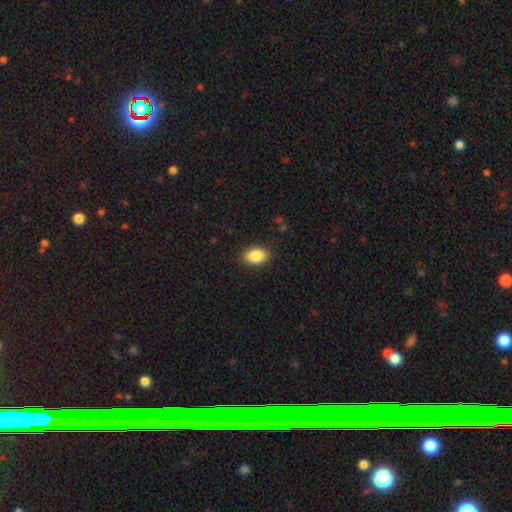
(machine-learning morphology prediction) Smooth or featured? Predicted: smooth (p=0.88). How rounded? Predicted: in between (p=0.87). Merging? Predicted: none (p=0.88).